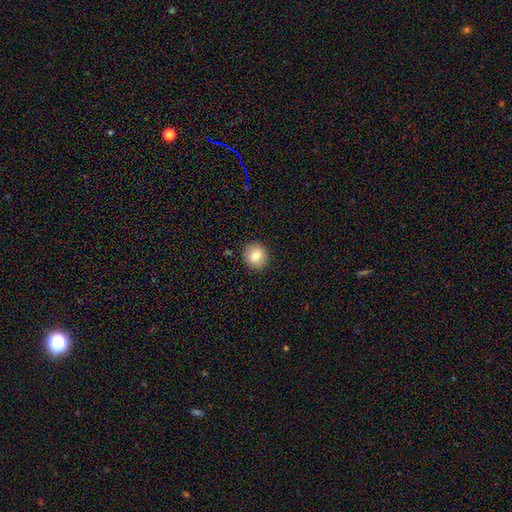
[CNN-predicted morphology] smooth 81%, featured or disk 10%, star or artifact 9%. Down the decision tree: how rounded — round (92%); merging — none (91%).